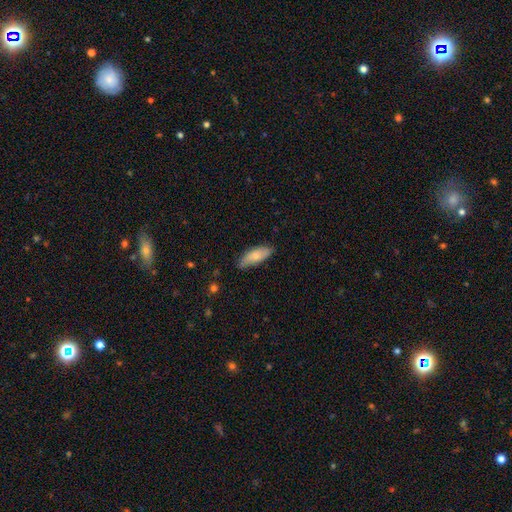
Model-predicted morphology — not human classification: This appears to be a smooth galaxy with no disk features (76%) that is in between round and cigar-shaped (68%). Merging: none (73%).